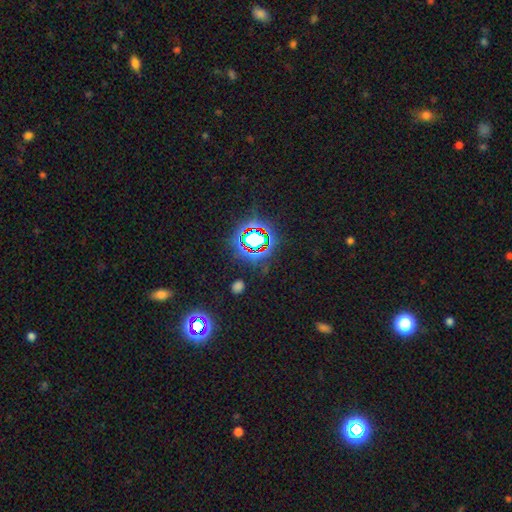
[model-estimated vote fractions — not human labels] Smooth or featured?
  - star or artifact: 78% *
  - smooth: 14%
  - featured or disk: 8%